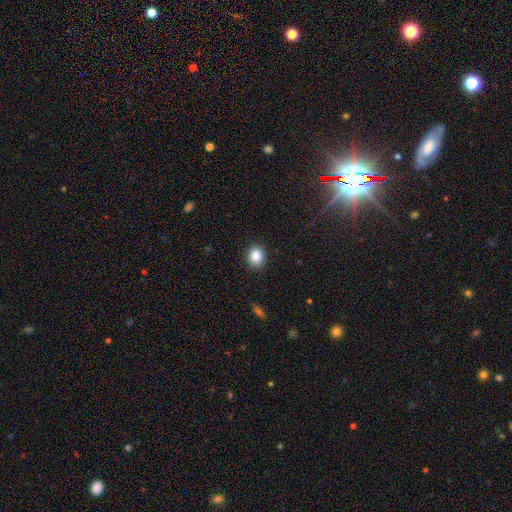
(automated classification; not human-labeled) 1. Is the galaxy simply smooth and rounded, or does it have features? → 87% smooth, 9% star or artifact, 4% featured or disk.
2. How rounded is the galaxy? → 57% round, 42% in between, 1% cigar-shaped.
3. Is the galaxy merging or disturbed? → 89% none, 8% minor disturbance, 2% major disturbance, 1% merger.